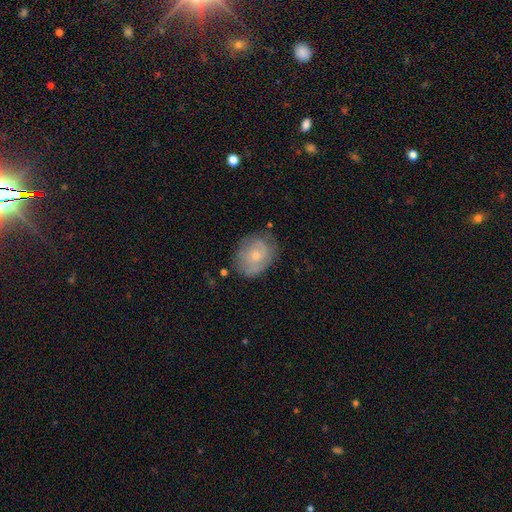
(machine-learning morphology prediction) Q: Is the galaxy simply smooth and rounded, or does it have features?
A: featured or disk — 50%.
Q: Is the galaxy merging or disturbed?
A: none — 65%.